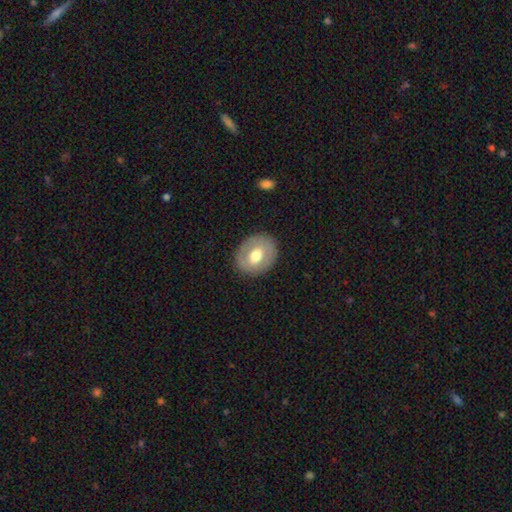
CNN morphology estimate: smooth_or_featured: smooth (p=0.56) [alt: featured or disk p=0.37]
how_rounded: round (p=0.53) [alt: in between p=0.46]
merging: none (p=0.86) [alt: minor disturbance p=0.10]